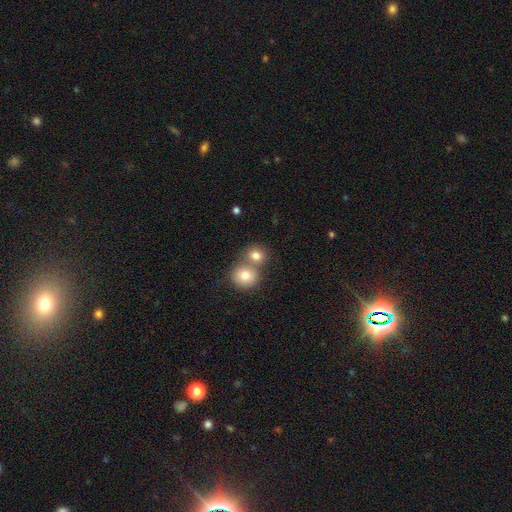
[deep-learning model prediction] Smooth or featured? Predicted: smooth (p=0.80). How rounded? Predicted: round (p=0.78). Merging? Predicted: merger (p=0.50).